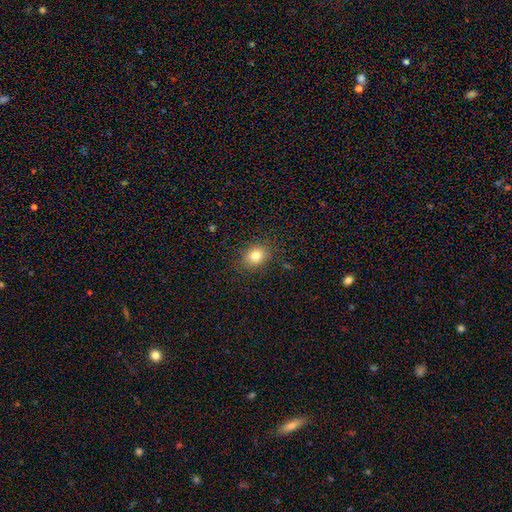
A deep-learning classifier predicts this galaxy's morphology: Smooth or featured? Predicted: smooth (p=0.81). How rounded? Predicted: round (p=0.56). Merging? Predicted: none (p=0.86).